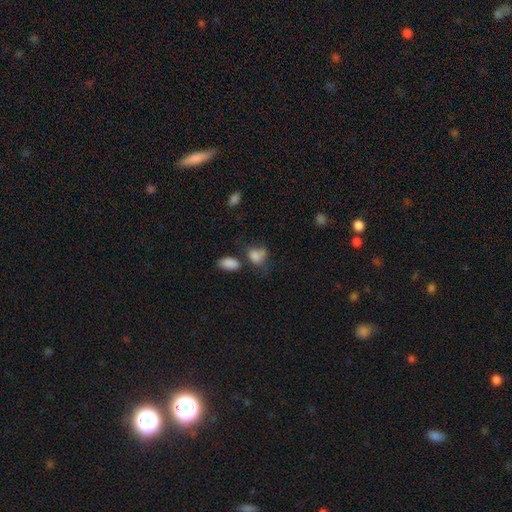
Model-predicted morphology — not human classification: Smooth or featured? smooth (81%)
How rounded? in between (58%)
Merging? none (39%)